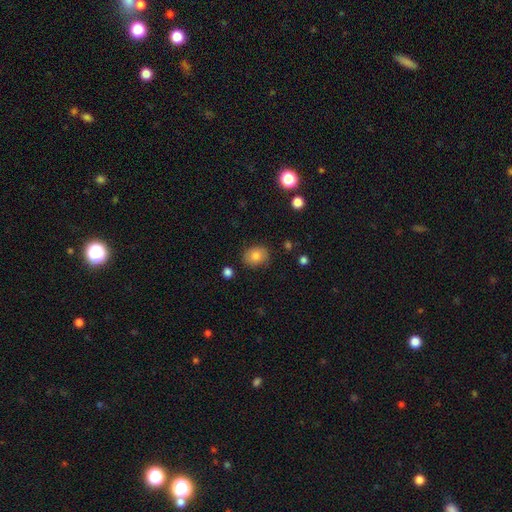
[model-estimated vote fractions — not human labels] Smooth or featured?
  - smooth: 82% *
  - featured or disk: 9%
  - star or artifact: 9%
How rounded?
  - in between: 51% *
  - round: 48%
  - cigar-shaped: 1%
Merging?
  - none: 84% *
  - minor disturbance: 12%
  - major disturbance: 3%
  - merger: 2%